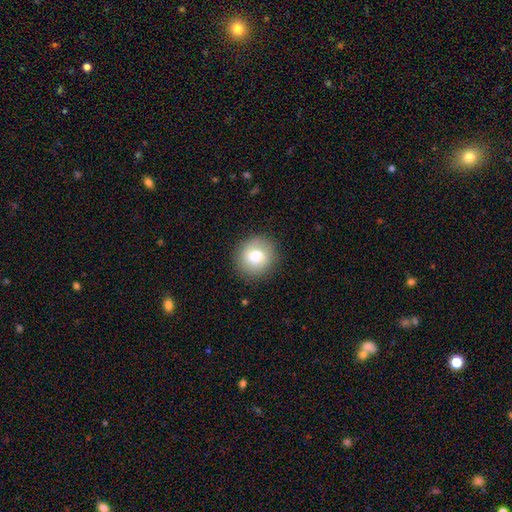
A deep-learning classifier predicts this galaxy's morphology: smooth 69%, featured or disk 22%, star or artifact 9%. Down the decision tree: how rounded — round (88%); merging — none (87%).